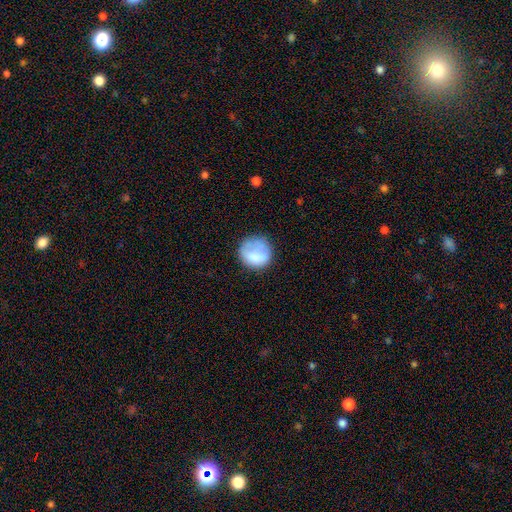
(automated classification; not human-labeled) A smooth galaxy with no disk features (73%) that is round (88%). Merging: none (63%).